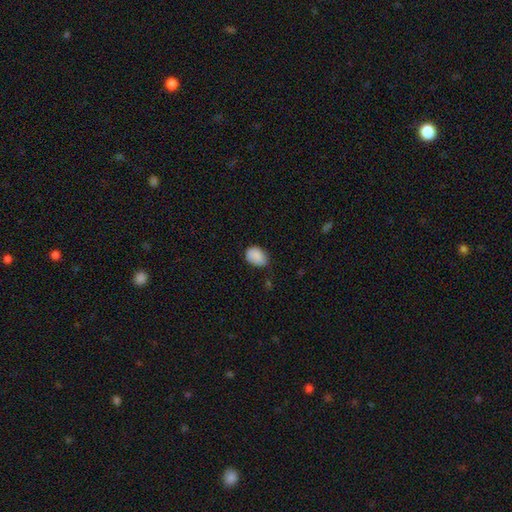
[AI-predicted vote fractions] This appears to be a smooth galaxy with no disk features (88%) that is in between round and cigar-shaped (74%). Merging: none (65%).